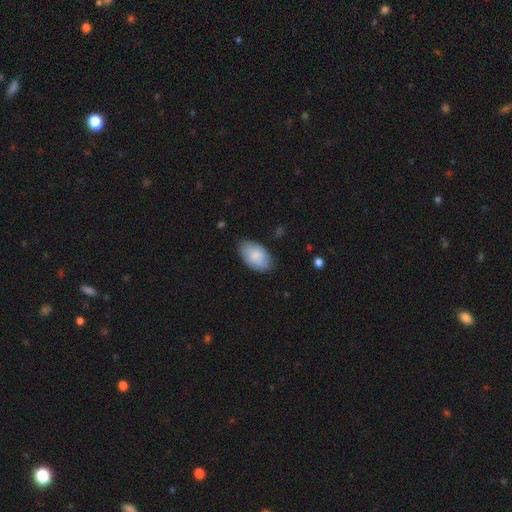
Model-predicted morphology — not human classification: A smooth galaxy with no disk features (84%) that is in between round and cigar-shaped (95%). Merging: none (79%).